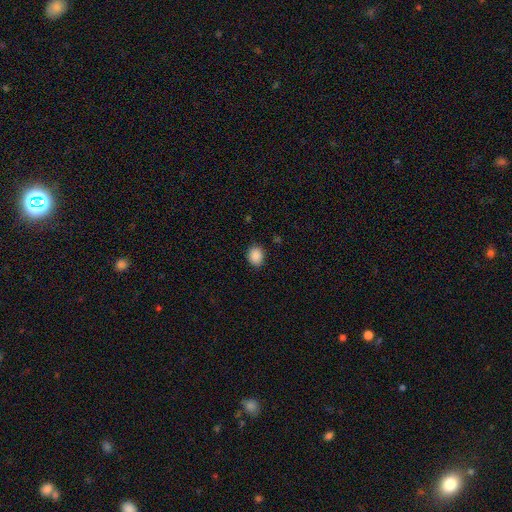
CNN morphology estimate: smooth-or-featured: smooth: 88% | star or artifact: 9% | featured or disk: 3%
  how-rounded: in between: 50% | round: 49% | cigar-shaped: 1%
  merging: none: 87% | minor disturbance: 9% | major disturbance: 2% | merger: 1%